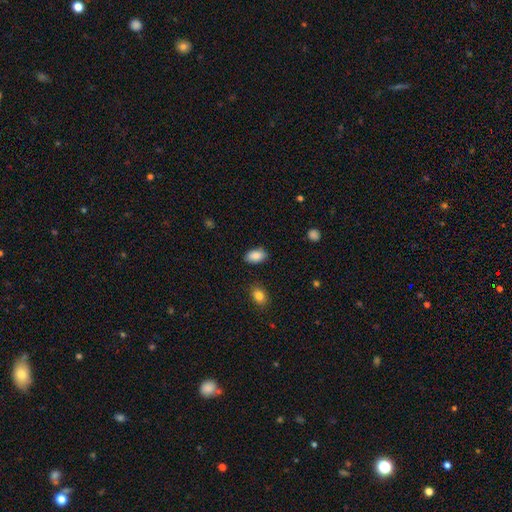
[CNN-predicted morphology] Q: Smooth or featured?
A: smooth (88%); runner-up: star or artifact (7%)
Q: How rounded?
A: in between (91%); runner-up: round (8%)
Q: Merging?
A: none (84%); runner-up: minor disturbance (11%)